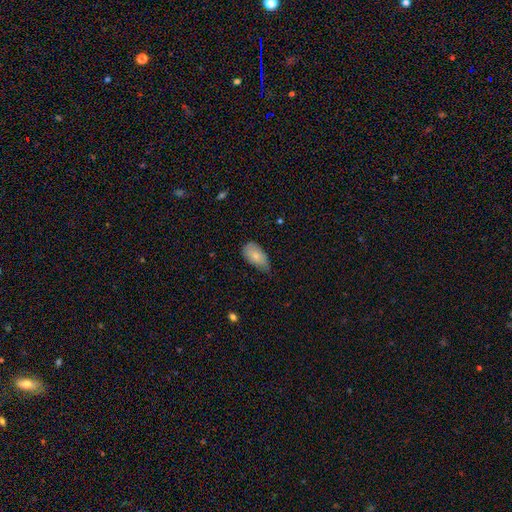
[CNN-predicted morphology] type=smooth (81%); roundness=in between (94%); merging=minor disturbance (46%).